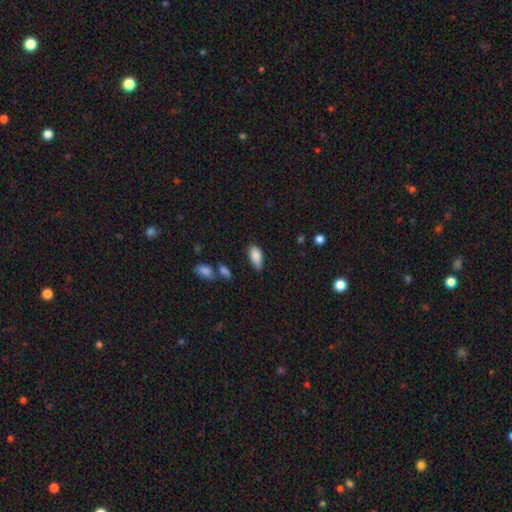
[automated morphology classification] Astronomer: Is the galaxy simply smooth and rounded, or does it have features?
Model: smooth — 86%.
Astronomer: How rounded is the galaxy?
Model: in between — 91%.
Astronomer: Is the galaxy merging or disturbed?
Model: none — 61%.